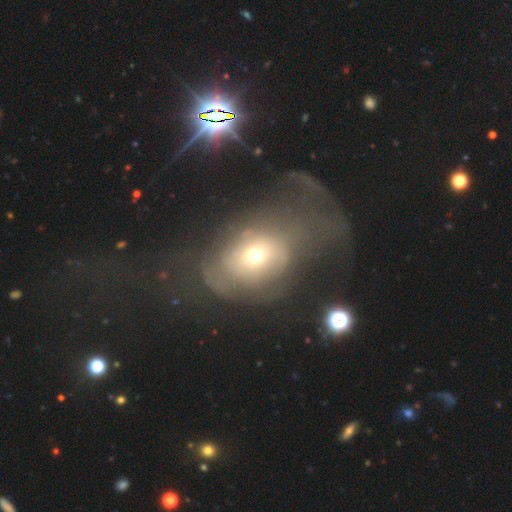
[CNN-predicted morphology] smooth-or-featured: smooth: 51% | featured or disk: 35% | star or artifact: 14%
  how-rounded: round: 50% | in between: 48% | cigar-shaped: 2%
  merging: major disturbance: 61% | none: 20% | minor disturbance: 14% | merger: 5%